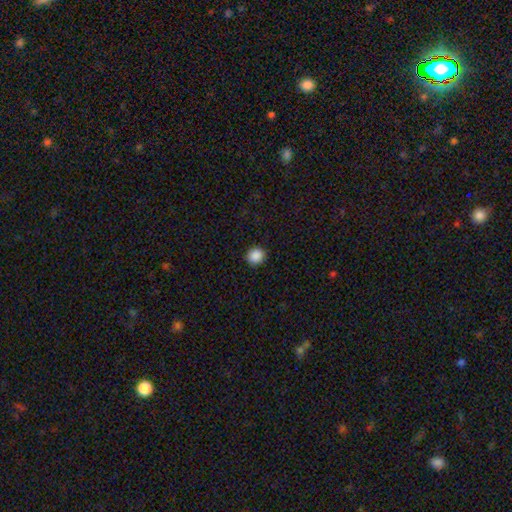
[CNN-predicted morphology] smooth-or-featured: smooth: 88% | star or artifact: 9% | featured or disk: 2%
  how-rounded: round: 90% | in between: 9% | cigar-shaped: 1%
  merging: none: 92% | minor disturbance: 5% | major disturbance: 2% | merger: 1%